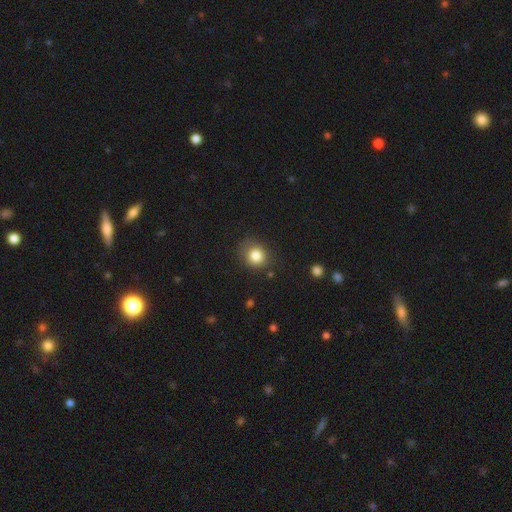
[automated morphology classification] Smooth or featured? Predicted: smooth (p=0.83). How rounded? Predicted: round (p=0.77). Merging? Predicted: none (p=0.74).